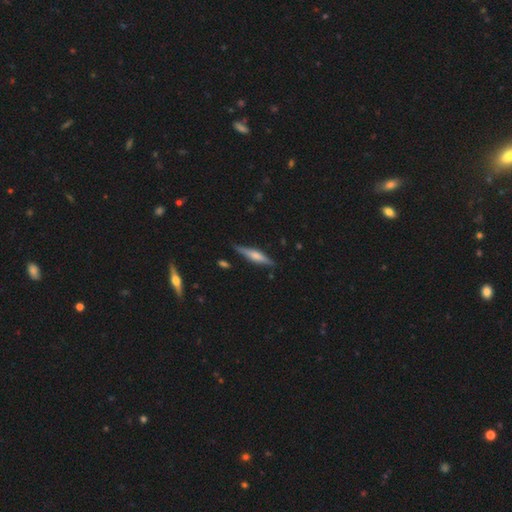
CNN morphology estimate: Q: Smooth or featured?
A: featured or disk (57%); runner-up: smooth (36%)
Q: Edge-on disk?
A: yes (96%); runner-up: no (4%)
Q: Edge-on bulge?
A: rounded (69%); runner-up: boxy (21%)
Q: Merging?
A: none (83%); runner-up: minor disturbance (13%)